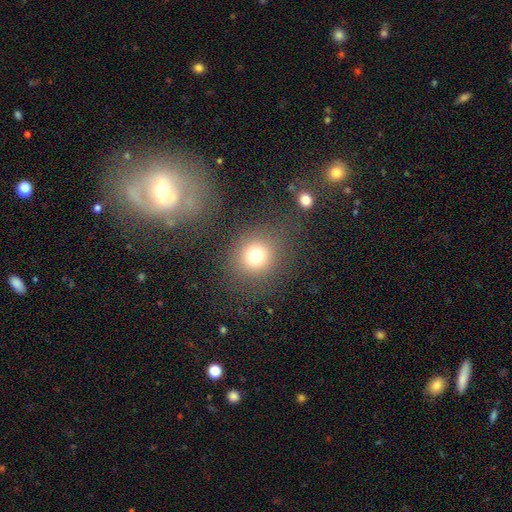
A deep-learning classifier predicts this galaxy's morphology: Smooth or featured?
  - smooth: 75% *
  - star or artifact: 16%
  - featured or disk: 9%
How rounded?
  - round: 85% *
  - in between: 14%
  - cigar-shaped: 1%
Merging?
  - none: 80% *
  - minor disturbance: 10%
  - major disturbance: 7%
  - merger: 4%